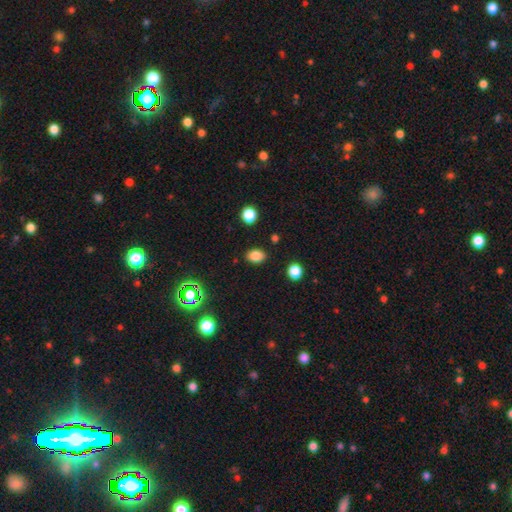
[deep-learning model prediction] Smooth or featured: smooth — 84% (star or artifact — 12%)
How rounded: in between — 78% (round — 21%)
Merging: none — 85% (minor disturbance — 10%)